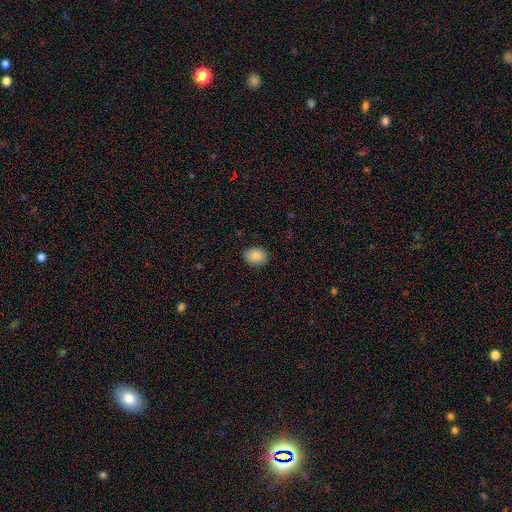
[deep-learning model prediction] Overall: smooth (87%). How rounded: round (56%; in between 43%). Merging: none (87%).